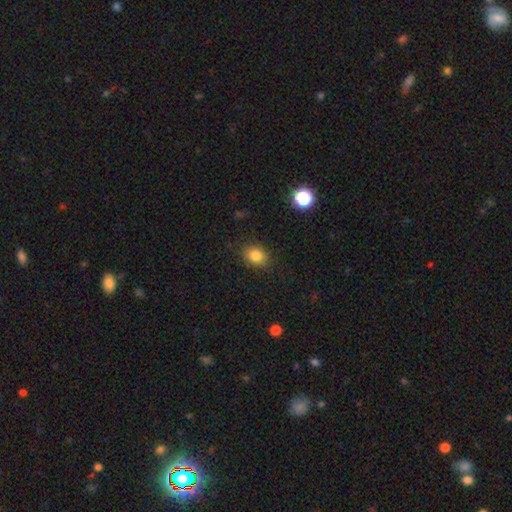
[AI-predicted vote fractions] A smooth galaxy with no disk features (83%) that is in between round and cigar-shaped (56%).

Vote fractions:
- Smooth or featured? smooth: 83% / star or artifact: 11% / featured or disk: 6%
- How rounded? in between: 56% / round: 43% / cigar-shaped: 1%
- Merging? none: 86% / minor disturbance: 10% / major disturbance: 3% / merger: 1%